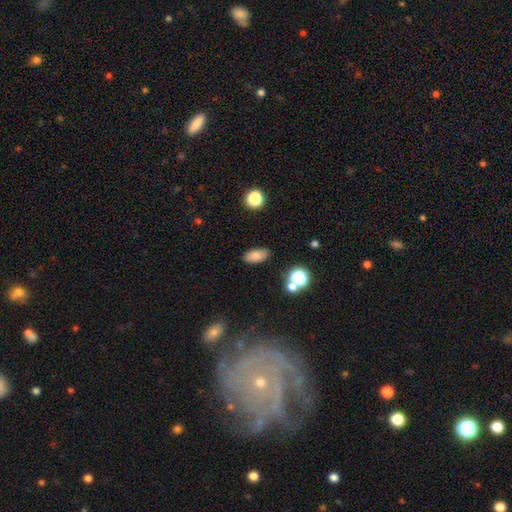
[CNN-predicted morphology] smooth_or_featured: smooth (p=0.81) [alt: star or artifact p=0.11]
how_rounded: in between (p=0.87) [alt: cigar-shaped p=0.08]
merging: none (p=0.85) [alt: minor disturbance p=0.09]